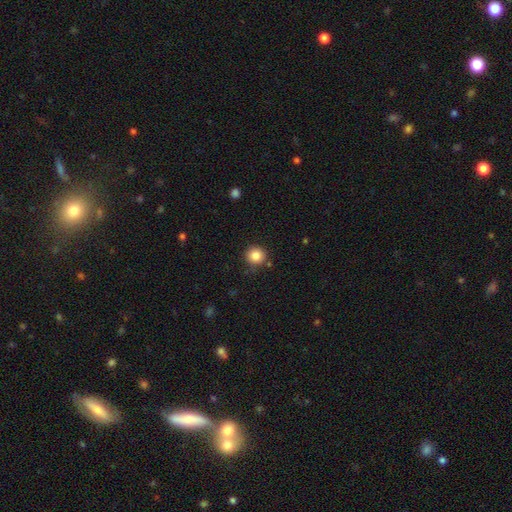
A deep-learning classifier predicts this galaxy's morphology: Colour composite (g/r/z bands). It shows a smooth galaxy with no disk features (84%) that is round (94%). Merging: none (86%).